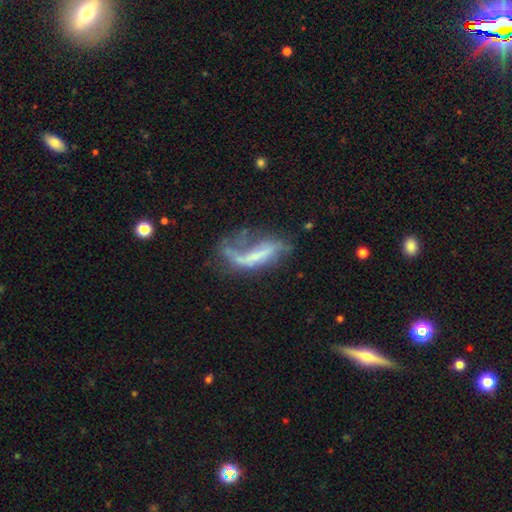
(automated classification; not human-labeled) featured or disk 60%, smooth 30%, star or artifact 10%. Down the decision tree: edge-on disk — no (84%); bar — no (45%); spiral arms — no (51%); bulge size — small (42%); merging — major disturbance (44%).